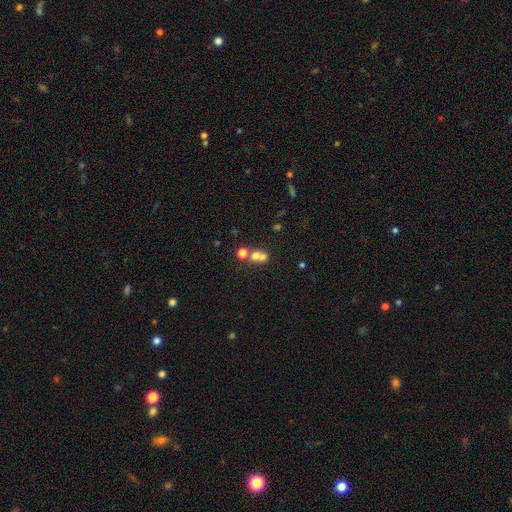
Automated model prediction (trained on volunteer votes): Smooth or featured: smooth — 64% (featured or disk — 19%)
How rounded: round — 71% (in between — 27%)
Merging: merger — 58% (none — 31%)